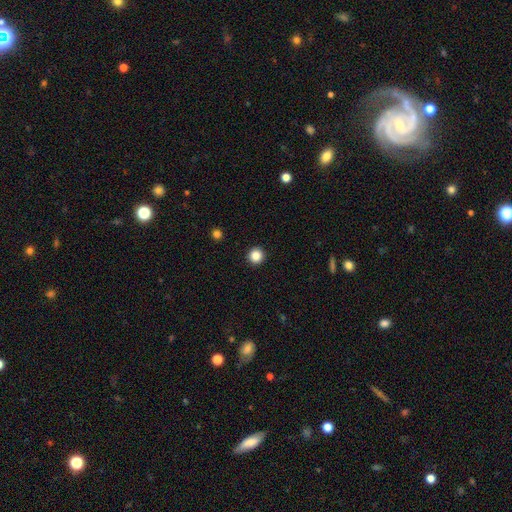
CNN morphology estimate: Smooth or featured? Predicted: smooth (p=0.86). How rounded? Predicted: round (p=0.95). Merging? Predicted: none (p=0.94).